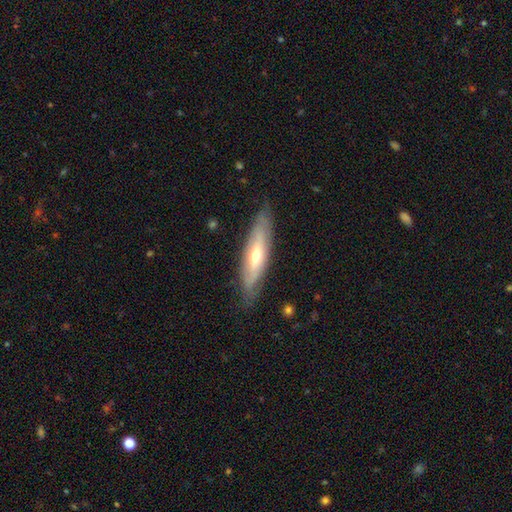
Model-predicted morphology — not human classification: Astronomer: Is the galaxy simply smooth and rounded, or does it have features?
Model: featured or disk — 55% (runner-up: smooth, 39%).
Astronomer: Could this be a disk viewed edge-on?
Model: yes — 56% (runner-up: no, 44%).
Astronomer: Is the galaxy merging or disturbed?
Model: none — 80%.